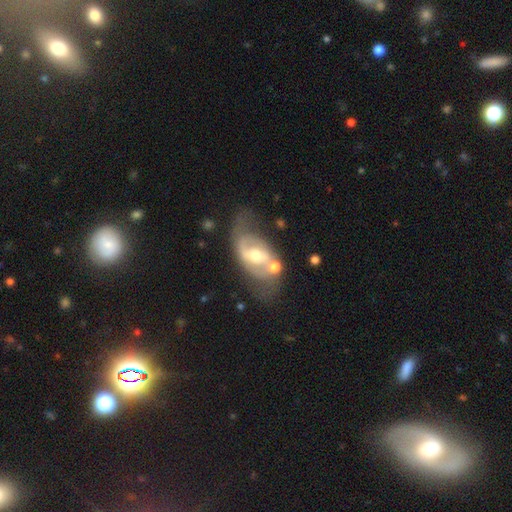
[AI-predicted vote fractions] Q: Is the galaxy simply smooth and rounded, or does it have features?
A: featured or disk — 74%.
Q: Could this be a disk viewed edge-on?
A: no — 93%.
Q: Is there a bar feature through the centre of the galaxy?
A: weak — 39%.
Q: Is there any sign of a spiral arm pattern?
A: yes — 66%.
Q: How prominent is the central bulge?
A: moderate — 63%.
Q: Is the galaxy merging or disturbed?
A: none — 49%.